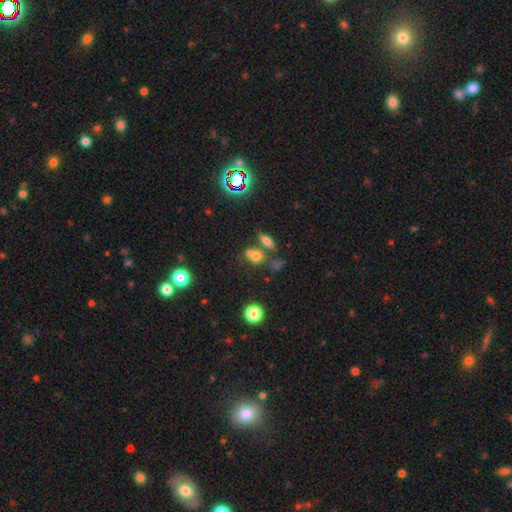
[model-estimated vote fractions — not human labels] Q: Smooth or featured?
A: smooth (63%); runner-up: star or artifact (21%)
Q: How rounded?
A: round (50%); runner-up: in between (44%)
Q: Merging?
A: merger (42%); runner-up: none (40%)